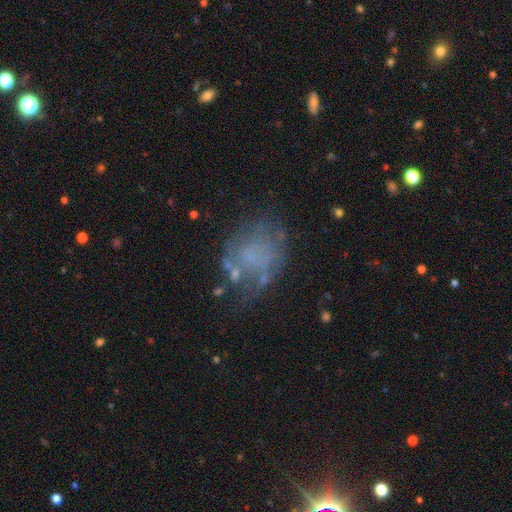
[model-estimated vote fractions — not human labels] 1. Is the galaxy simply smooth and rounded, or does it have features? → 44% featured or disk, 34% smooth, 22% star or artifact.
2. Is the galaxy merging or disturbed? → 51% none, 22% minor disturbance, 20% major disturbance, 7% merger.